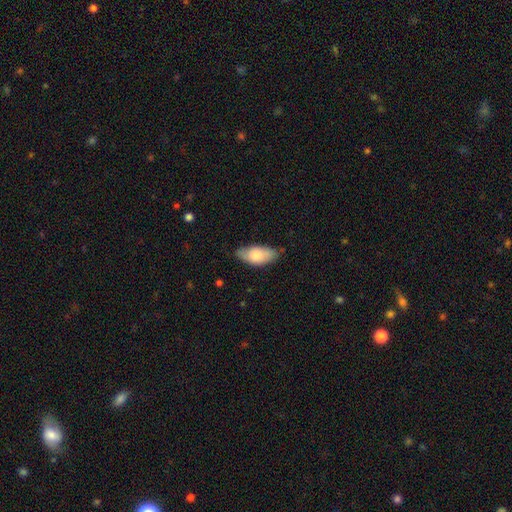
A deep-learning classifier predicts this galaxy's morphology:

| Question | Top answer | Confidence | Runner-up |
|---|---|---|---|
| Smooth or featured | smooth | 78% | featured or disk (17%) |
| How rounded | in between | 88% | cigar-shaped (10%) |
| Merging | none | 70% | minor disturbance (24%) |